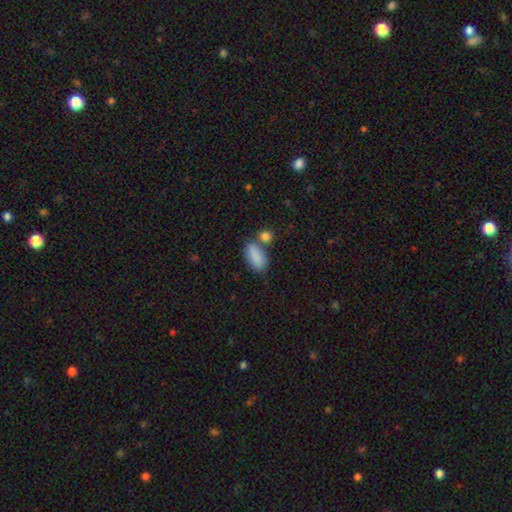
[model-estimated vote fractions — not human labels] smooth 87%, star or artifact 7%, featured or disk 6%. Down the decision tree: how rounded — in between (88%); merging — none (57%).